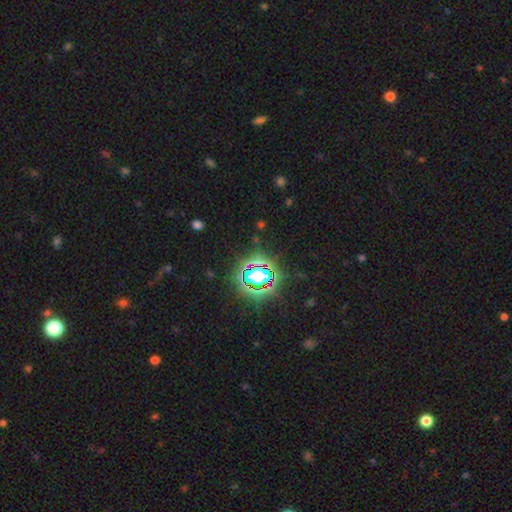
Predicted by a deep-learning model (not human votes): This appears to be a star or artifact, not a galaxy (78%).